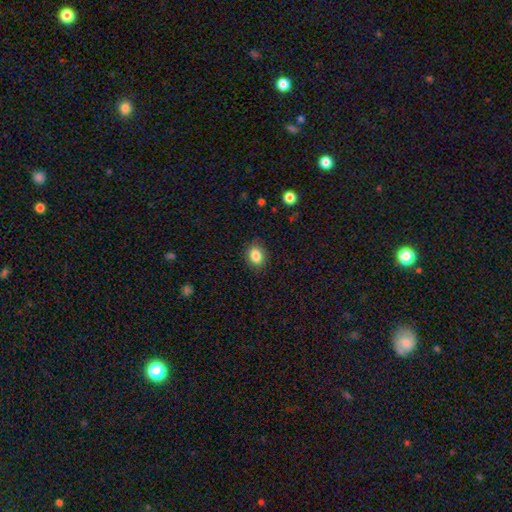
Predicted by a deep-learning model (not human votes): A smooth galaxy with no disk features (85%) that is in between round and cigar-shaped (56%). Merging: none (84%).